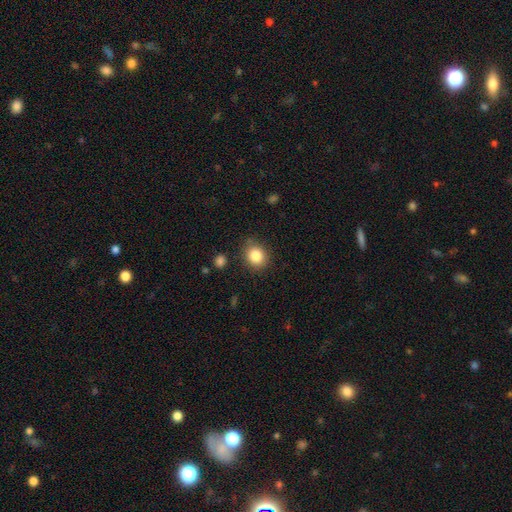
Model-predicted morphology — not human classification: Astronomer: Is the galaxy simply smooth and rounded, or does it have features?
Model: smooth — 85%.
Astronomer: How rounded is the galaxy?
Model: round — 70%.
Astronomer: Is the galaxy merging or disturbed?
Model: none — 84%.